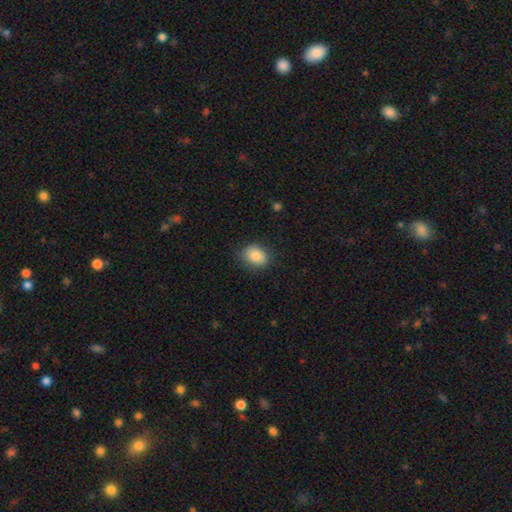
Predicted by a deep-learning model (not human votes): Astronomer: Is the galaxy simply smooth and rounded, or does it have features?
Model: smooth — 85%.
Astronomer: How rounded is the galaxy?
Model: in between — 60% (runner-up: round, 39%).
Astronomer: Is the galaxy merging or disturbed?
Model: none — 78%.